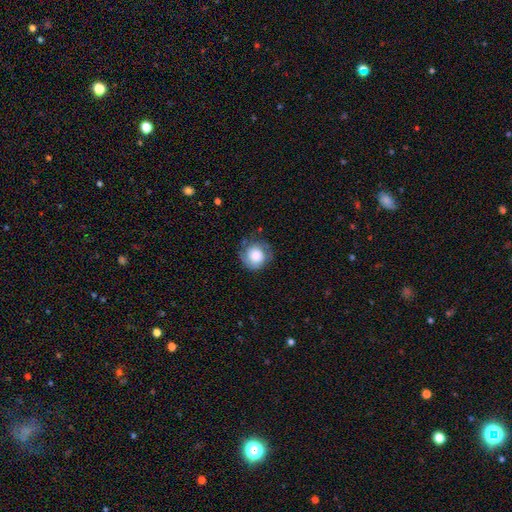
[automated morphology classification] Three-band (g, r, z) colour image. It shows a smooth galaxy with no disk features (62%) that is round (89%). Merging: none (70%).